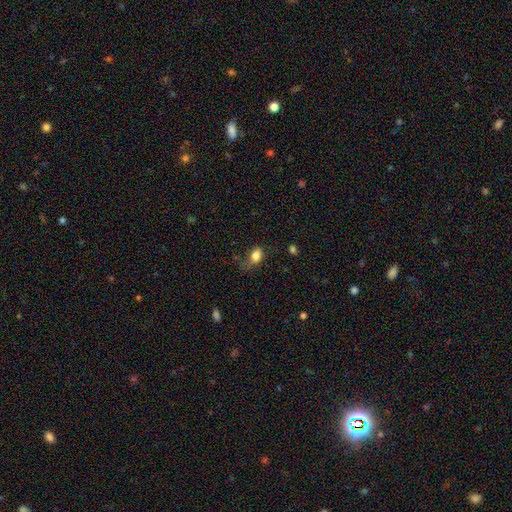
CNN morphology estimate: Smooth or featured? smooth (84%)
How rounded? in between (78%)
Merging? none (48%)